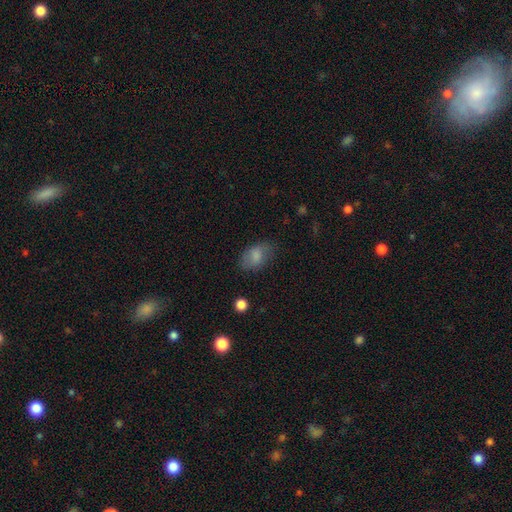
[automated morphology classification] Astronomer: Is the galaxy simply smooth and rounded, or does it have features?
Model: smooth — 78%.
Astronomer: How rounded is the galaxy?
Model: in between — 88%.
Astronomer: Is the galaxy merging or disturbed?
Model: none — 68%.